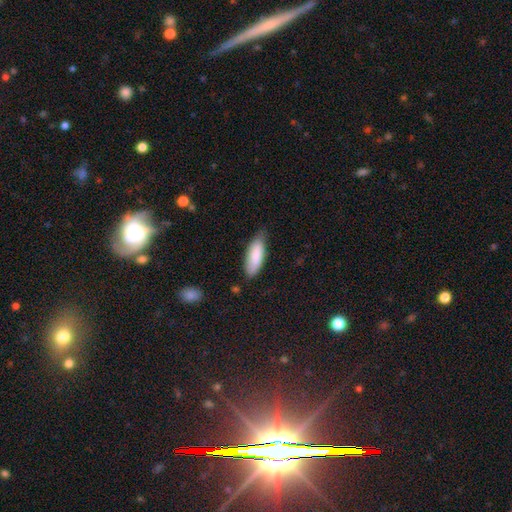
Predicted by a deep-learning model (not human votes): A smooth galaxy with no disk features (85%) that is in between round and cigar-shaped (71%).

Vote fractions:
- Smooth or featured? smooth: 85% / featured or disk: 10% / star or artifact: 6%
- How rounded? in between: 71% / cigar-shaped: 27% / round: 2%
- Merging? none: 64% / minor disturbance: 29% / major disturbance: 5% / merger: 2%